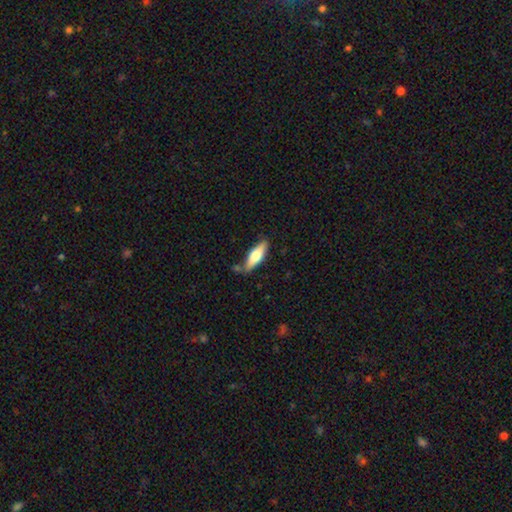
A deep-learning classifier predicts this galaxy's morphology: This appears to be a smooth galaxy with no disk features (55%) that is in between round and cigar-shaped (50%). Merging: none (74%).